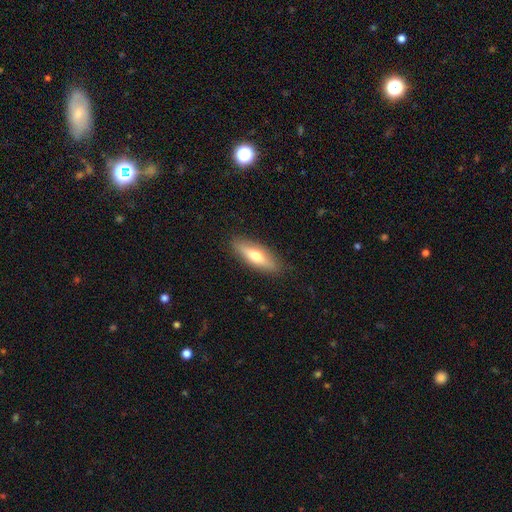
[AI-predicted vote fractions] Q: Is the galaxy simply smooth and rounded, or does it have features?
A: smooth — 60%.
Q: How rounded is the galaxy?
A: cigar-shaped — 51%.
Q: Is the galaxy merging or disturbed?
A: none — 87%.